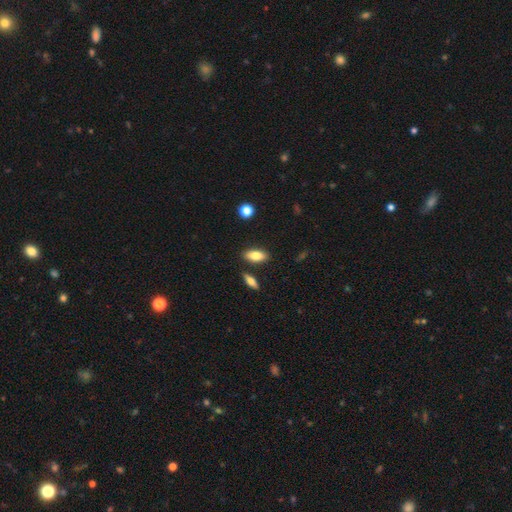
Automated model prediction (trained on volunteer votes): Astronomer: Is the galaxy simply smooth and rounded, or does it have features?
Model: smooth — 78%.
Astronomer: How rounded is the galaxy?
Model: in between — 83%.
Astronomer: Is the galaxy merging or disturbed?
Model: none — 84%.